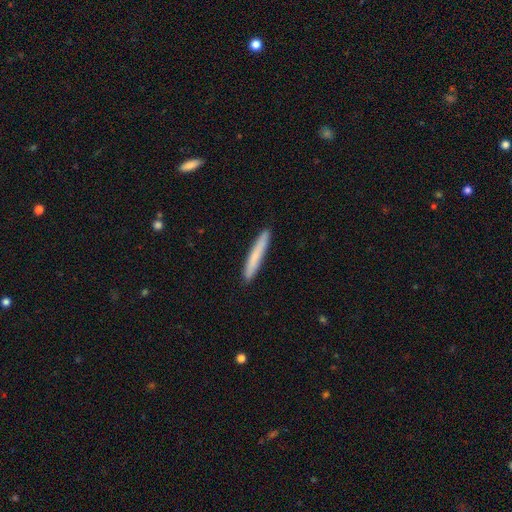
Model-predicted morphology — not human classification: Smooth or featured? Predicted: smooth (p=0.75). How rounded? Predicted: cigar-shaped (p=0.96). Merging? Predicted: none (p=0.91).